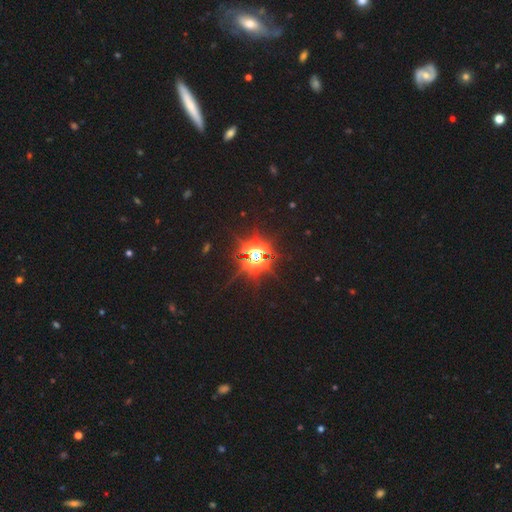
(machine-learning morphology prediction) star or artifact 80%, smooth 12%, featured or disk 8%.